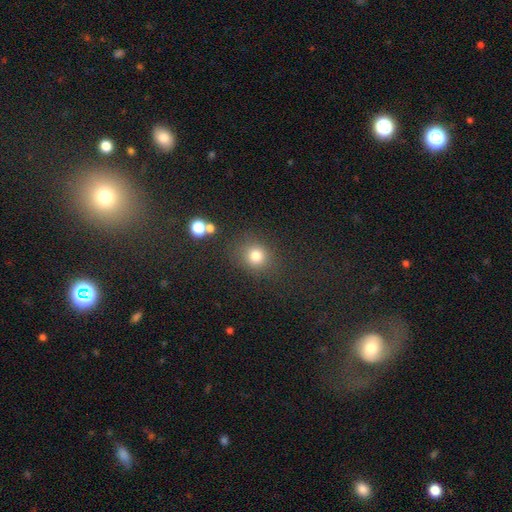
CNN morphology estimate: This appears to be a smooth galaxy with no disk features (78%) that is round (80%). Merging: none (79%).